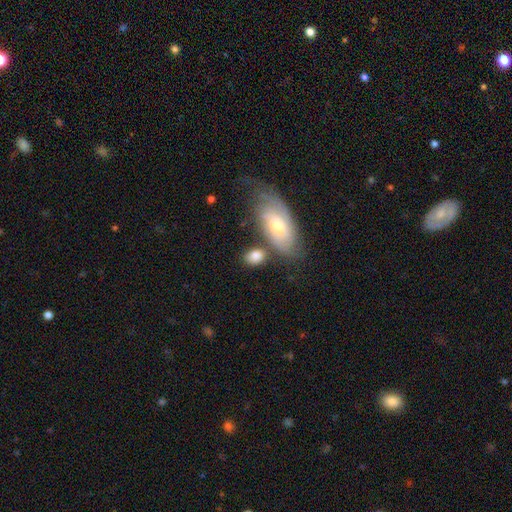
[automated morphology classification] smooth_or_featured: smooth (p=0.78) [alt: featured or disk p=0.16]
how_rounded: in between (p=0.77) [alt: round p=0.20]
merging: none (p=0.59) [alt: merger p=0.20]